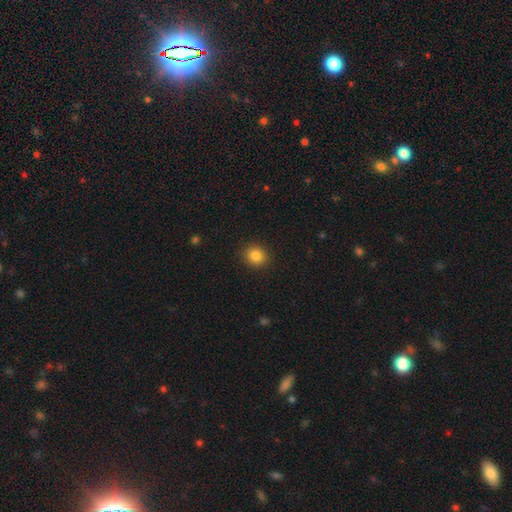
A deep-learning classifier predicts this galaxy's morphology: Smooth or featured: smooth — 85% (star or artifact — 11%)
How rounded: round — 83% (in between — 16%)
Merging: none — 90% (minor disturbance — 7%)